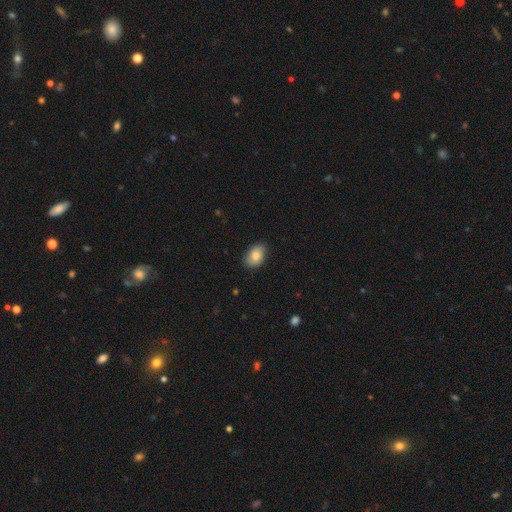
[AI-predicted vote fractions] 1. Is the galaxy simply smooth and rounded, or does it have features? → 81% smooth, 12% featured or disk, 7% star or artifact.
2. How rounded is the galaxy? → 86% in between, 13% round, 1% cigar-shaped.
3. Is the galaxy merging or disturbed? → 82% none, 14% minor disturbance, 2% major disturbance, 1% merger.